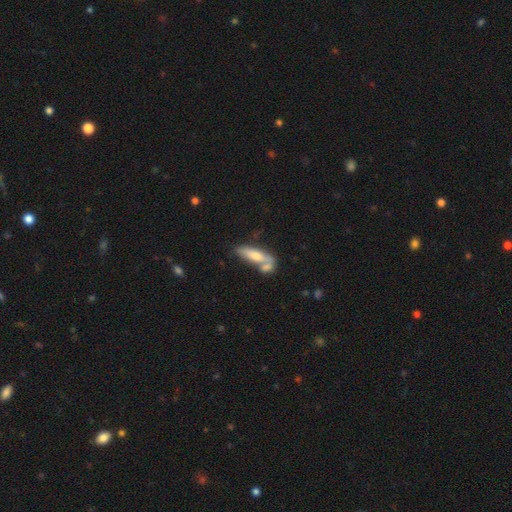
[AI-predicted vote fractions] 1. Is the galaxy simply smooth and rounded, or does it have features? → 66% smooth, 28% featured or disk, 6% star or artifact.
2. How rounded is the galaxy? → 53% cigar-shaped, 45% in between, 3% round.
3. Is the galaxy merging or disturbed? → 42% merger, 38% none, 13% minor disturbance, 6% major disturbance.